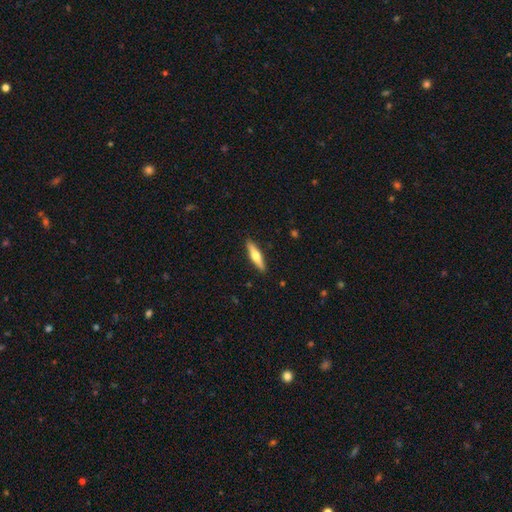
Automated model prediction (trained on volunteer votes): Smooth or featured: smooth — 49% (featured or disk — 46%)
Merging: none — 91% (minor disturbance — 7%)